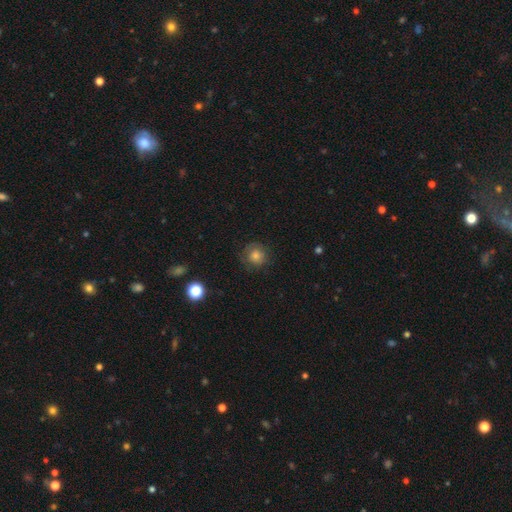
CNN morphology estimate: Smooth or featured? smooth (73%)
How rounded? round (90%)
Merging? none (79%)